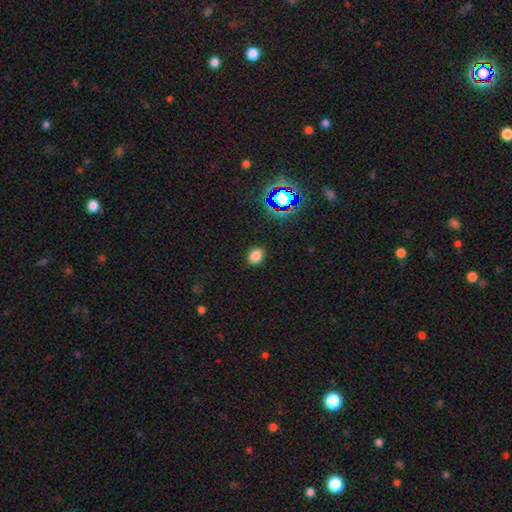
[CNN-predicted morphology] Q: Smooth or featured?
A: smooth (78%); runner-up: star or artifact (17%)
Q: How rounded?
A: round (50%); runner-up: in between (49%)
Q: Merging?
A: none (89%); runner-up: minor disturbance (7%)